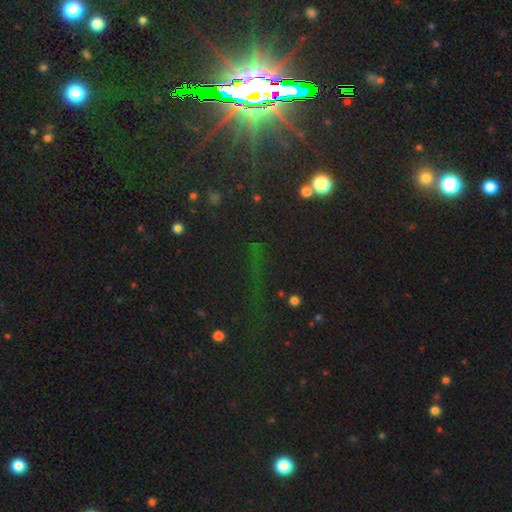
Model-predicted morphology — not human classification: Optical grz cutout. It shows a star or artifact, not a galaxy (73%).